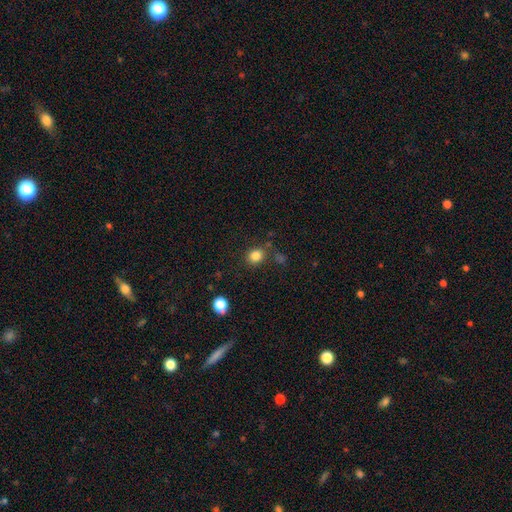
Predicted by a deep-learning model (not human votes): This appears to be a smooth galaxy with no disk features (83%) that is round (72%). Merging: none (78%).